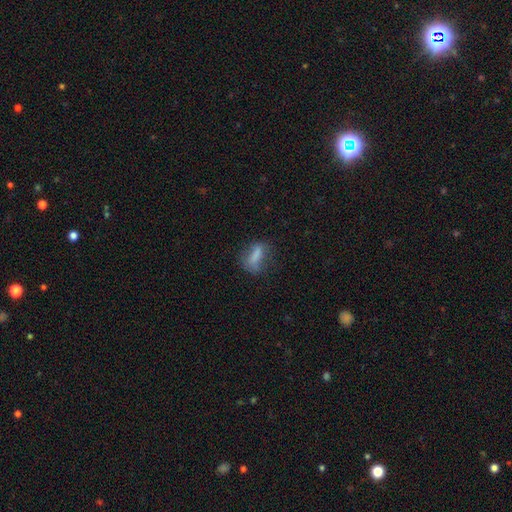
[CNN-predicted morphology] smooth_or_featured: smooth (p=0.66) [alt: featured or disk p=0.22]
how_rounded: in between (p=0.67) [alt: cigar-shaped p=0.21]
merging: none (p=0.50) [alt: minor disturbance p=0.27]